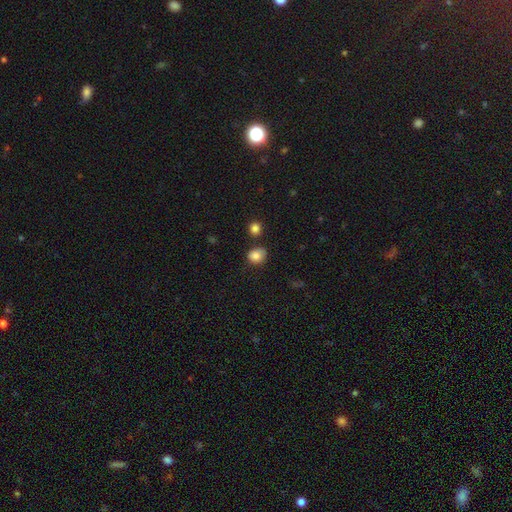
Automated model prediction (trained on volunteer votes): Q: Smooth or featured?
A: smooth (84%); runner-up: star or artifact (10%)
Q: How rounded?
A: round (66%); runner-up: in between (33%)
Q: Merging?
A: none (71%); runner-up: minor disturbance (18%)